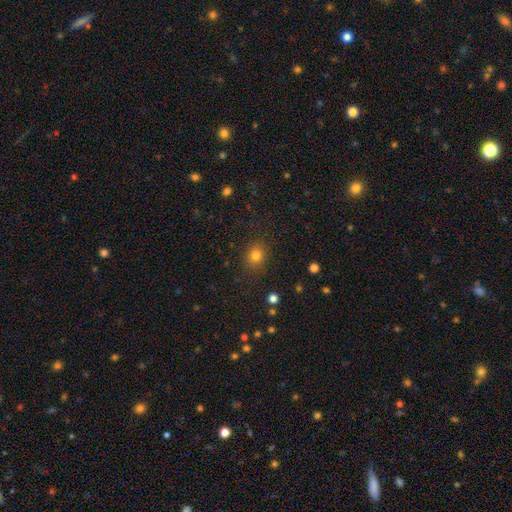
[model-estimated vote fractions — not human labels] A smooth galaxy with no disk features (80%) that is round (70%). Merging: none (86%).